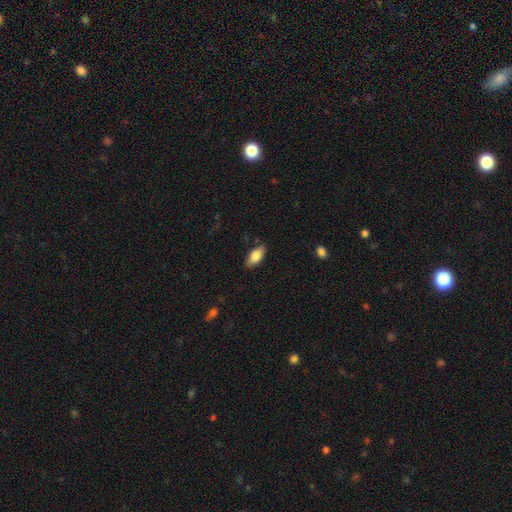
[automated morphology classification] smooth_or_featured: smooth (p=0.81) [alt: featured or disk p=0.13]
how_rounded: in between (p=0.88) [alt: cigar-shaped p=0.10]
merging: none (p=0.85) [alt: minor disturbance p=0.11]